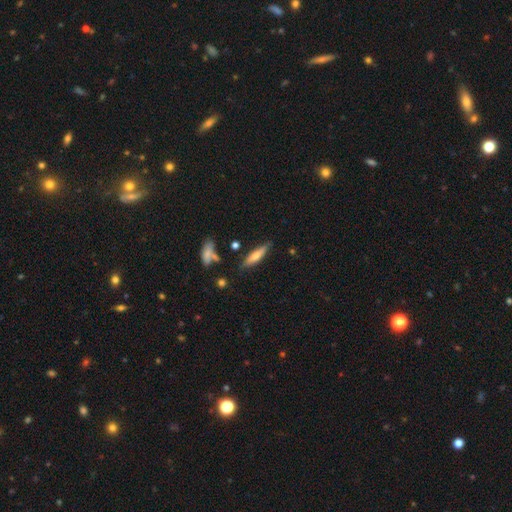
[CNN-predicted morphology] A smooth galaxy with no disk features (59%) that is cigar-shaped (74%). Merging: none (77%).